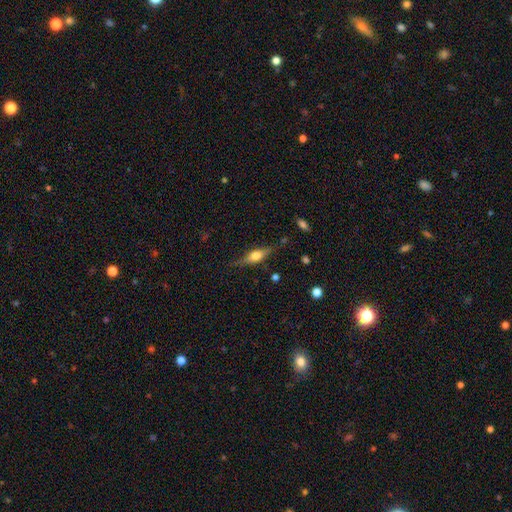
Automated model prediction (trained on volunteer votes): The model was most divided on "smooth or featured": featured or disk: 55%, smooth: 38%, star or artifact: 7%. More confident: edge-on disk — yes (93%); edge-on bulge — rounded (88%); merging — none (76%).